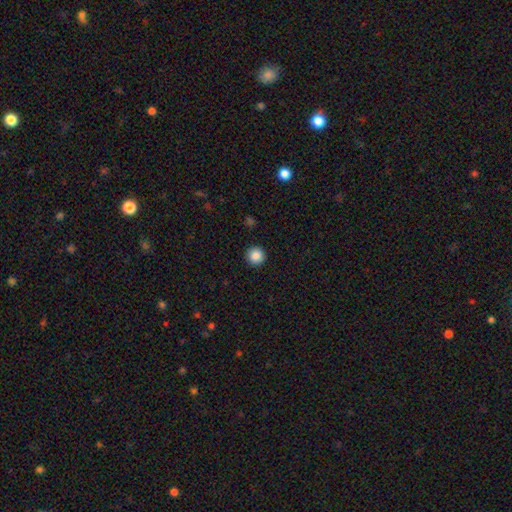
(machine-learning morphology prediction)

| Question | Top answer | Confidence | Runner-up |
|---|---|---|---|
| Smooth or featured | smooth | 87% | star or artifact (9%) |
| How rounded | round | 96% | in between (3%) |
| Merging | none | 93% | minor disturbance (4%) |